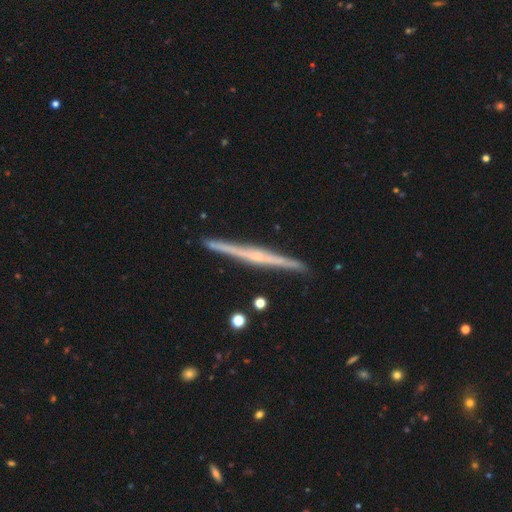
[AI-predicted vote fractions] smooth-or-featured: featured or disk: 79% | smooth: 16% | star or artifact: 5%
  disk-edge-on: yes: 98% | no: 2%
    edge-on-bulge: rounded: 50% | none: 38% | boxy: 12%
  merging: none: 91% | minor disturbance: 6% | merger: 1% | major disturbance: 1%